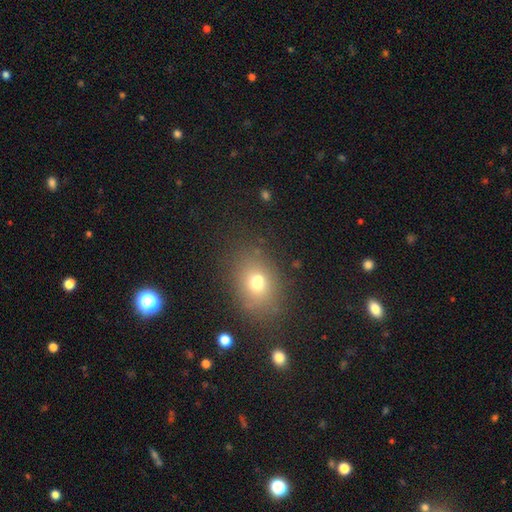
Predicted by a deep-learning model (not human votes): This appears to be a smooth galaxy with no disk features (68%) that is in between round and cigar-shaped (59%). Merging: none (85%).